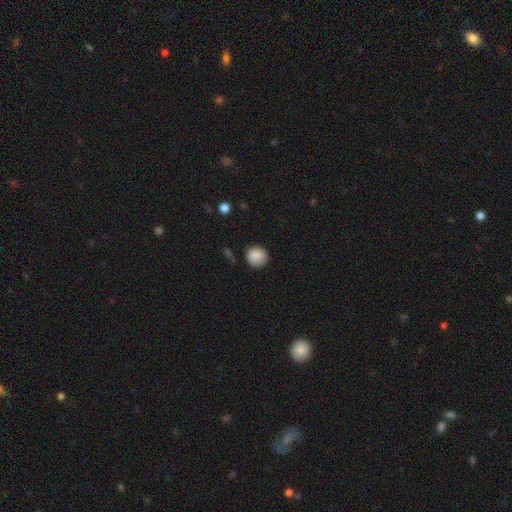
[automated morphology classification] smooth_or_featured: smooth (p=0.87) [alt: star or artifact p=0.09]
how_rounded: round (p=0.87) [alt: in between p=0.12]
merging: none (p=0.79) [alt: minor disturbance p=0.16]